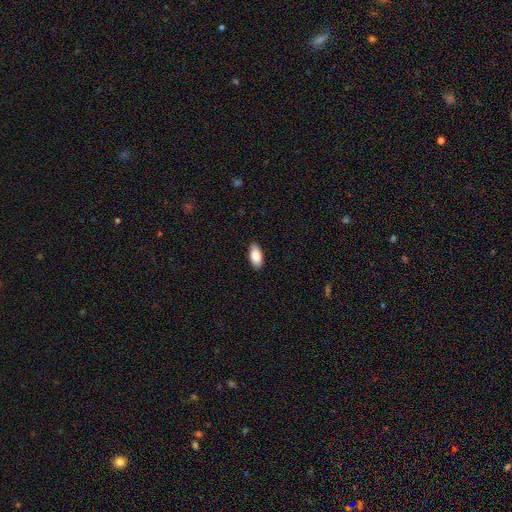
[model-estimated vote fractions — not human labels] Smooth or featured? Predicted: smooth (p=0.85). How rounded? Predicted: in between (p=0.91). Merging? Predicted: none (p=0.88).